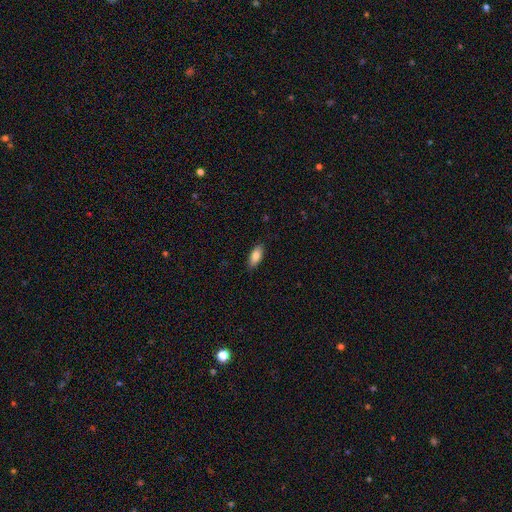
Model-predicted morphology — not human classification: Q: Smooth or featured?
A: smooth (84%); runner-up: featured or disk (10%)
Q: How rounded?
A: in between (87%); runner-up: cigar-shaped (11%)
Q: Merging?
A: none (87%); runner-up: minor disturbance (10%)